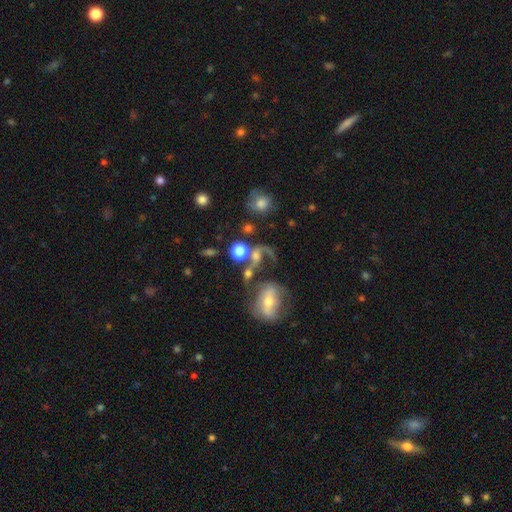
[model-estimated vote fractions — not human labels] Smooth or featured? Predicted: featured or disk (p=0.48). Merging? Predicted: merger (p=0.35).